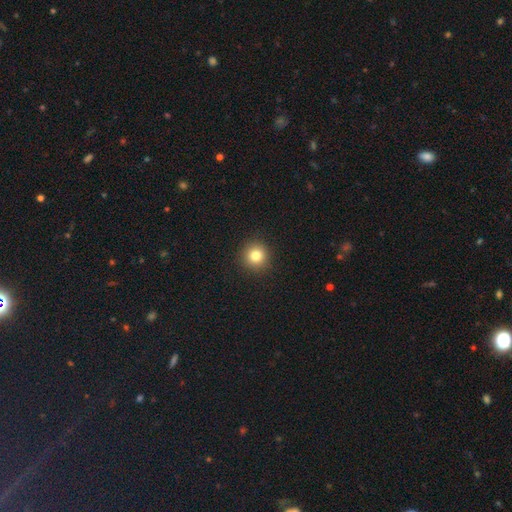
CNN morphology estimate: Smooth or featured? Predicted: smooth (p=0.81). How rounded? Predicted: round (p=0.95). Merging? Predicted: none (p=0.92).